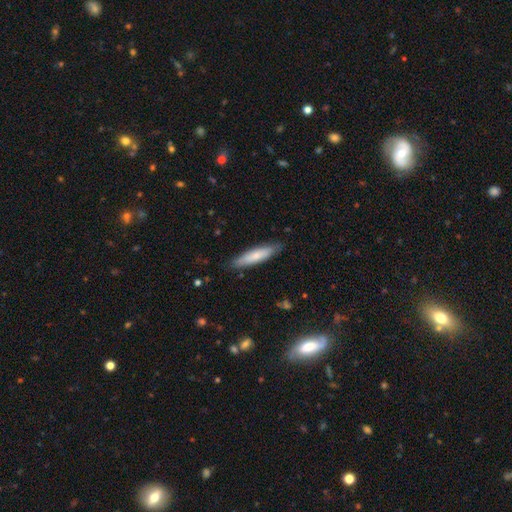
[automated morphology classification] Overall: smooth (72%). How rounded: cigar-shaped (82%). Merging: none (86%).